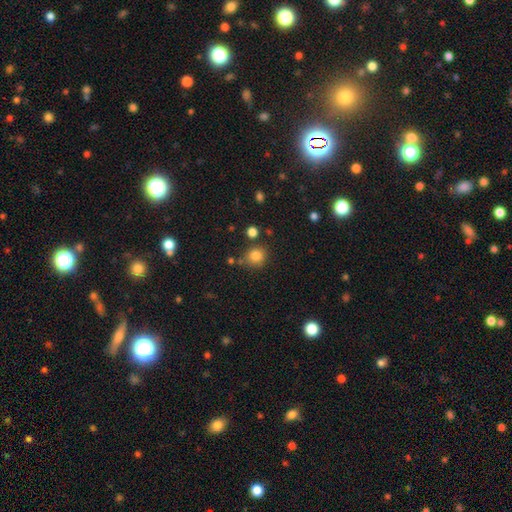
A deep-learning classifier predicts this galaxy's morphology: A smooth galaxy with no disk features (82%) that is round (84%).

Vote fractions:
- Smooth or featured? smooth: 82% / star or artifact: 12% / featured or disk: 6%
- How rounded? round: 84% / in between: 15% / cigar-shaped: 1%
- Merging? none: 75% / minor disturbance: 13% / merger: 8% / major disturbance: 4%